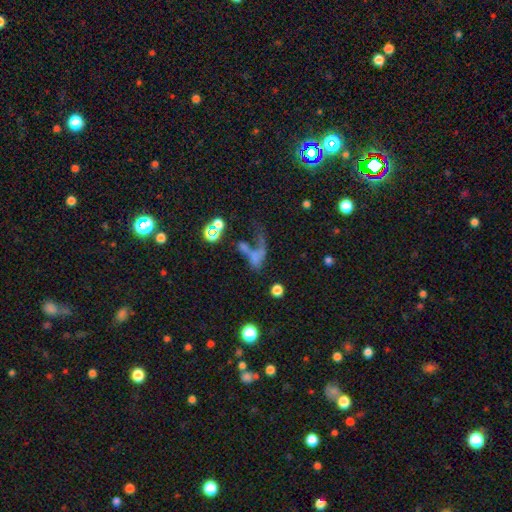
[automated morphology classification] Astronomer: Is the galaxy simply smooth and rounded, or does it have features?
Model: smooth — 45% (runner-up: featured or disk, 34%).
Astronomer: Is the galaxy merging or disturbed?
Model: major disturbance — 40% (runner-up: merger, 34%).